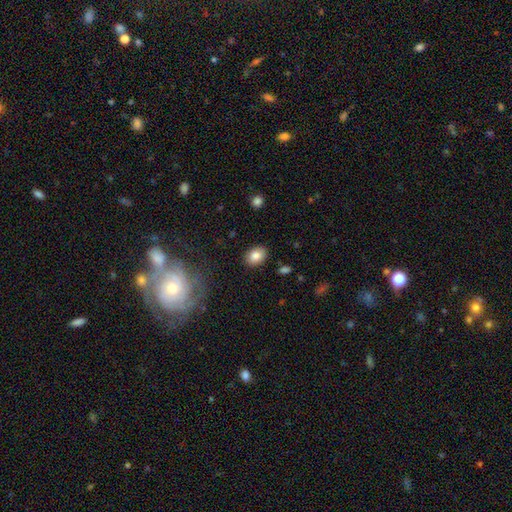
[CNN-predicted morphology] This appears to be a smooth galaxy with no disk features (83%) that is in between round and cigar-shaped (72%). Merging: none (88%).